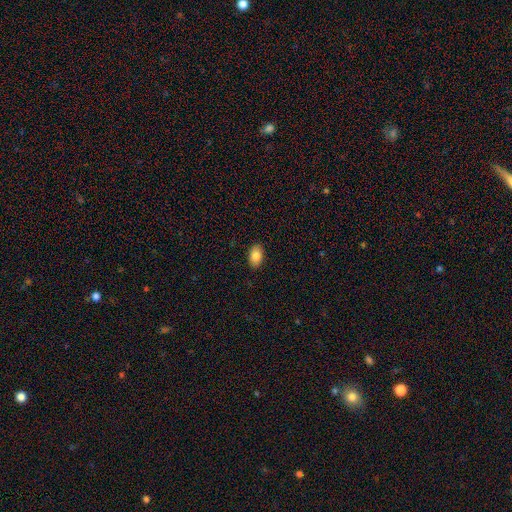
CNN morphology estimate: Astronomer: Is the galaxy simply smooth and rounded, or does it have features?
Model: smooth — 86%.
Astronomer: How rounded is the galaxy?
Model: in between — 92%.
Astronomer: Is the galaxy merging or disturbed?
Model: none — 89%.